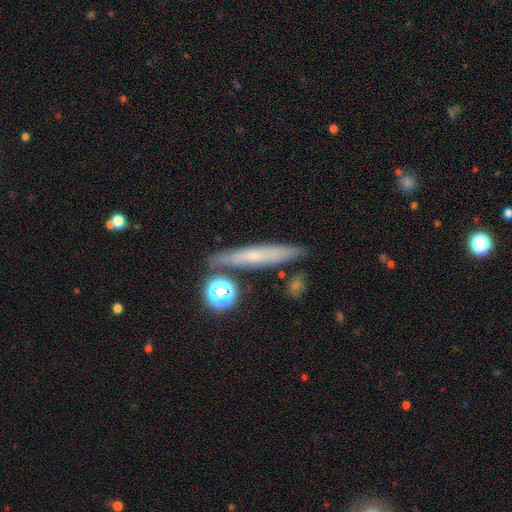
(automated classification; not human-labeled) smooth 47%, featured or disk 42%, star or artifact 11%. Down the decision tree: merging — none (81%).